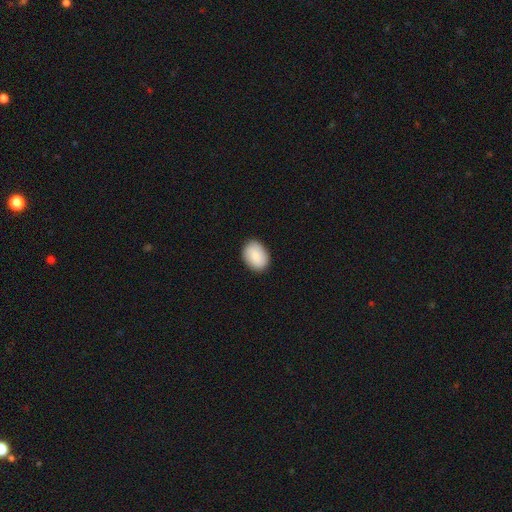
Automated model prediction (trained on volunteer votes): Overall: smooth (86%). How rounded: in between (74%). Merging: none (88%).